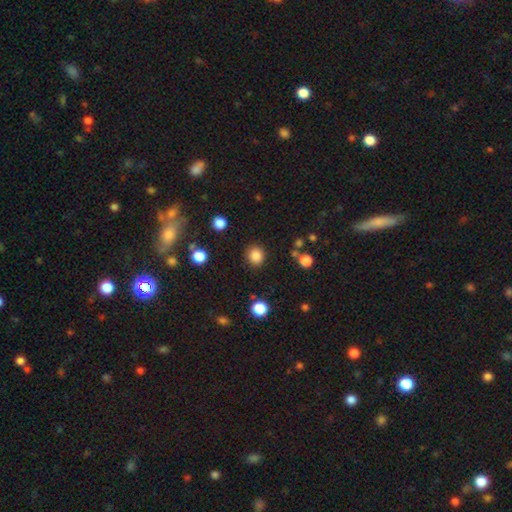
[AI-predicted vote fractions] smooth 85%, star or artifact 11%, featured or disk 4%. Down the decision tree: how rounded — round (86%); merging — none (88%).